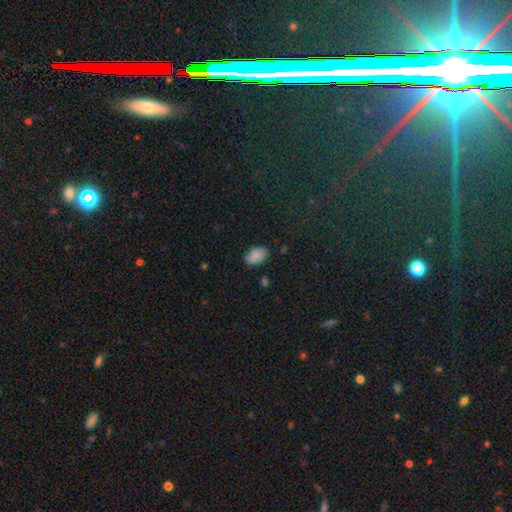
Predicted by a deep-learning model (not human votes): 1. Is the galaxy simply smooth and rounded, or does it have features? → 85% smooth, 8% star or artifact, 6% featured or disk.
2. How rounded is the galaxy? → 90% in between, 9% round, 1% cigar-shaped.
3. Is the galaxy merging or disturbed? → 76% none, 19% minor disturbance, 4% major disturbance, 2% merger.